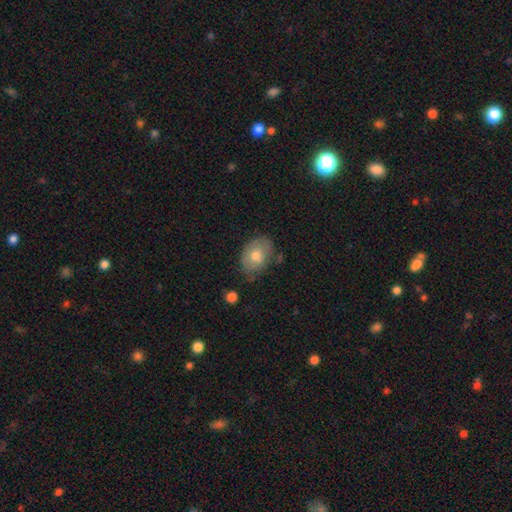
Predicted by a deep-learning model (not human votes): Smooth or featured? Predicted: smooth (p=0.69). How rounded? Predicted: in between (p=0.75). Merging? Predicted: none (p=0.63).